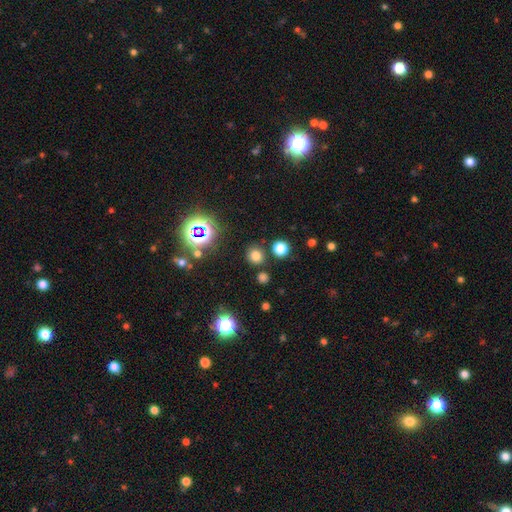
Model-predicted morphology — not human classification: smooth 72%, star or artifact 23%, featured or disk 6%. Down the decision tree: how rounded — round (88%); merging — none (84%).